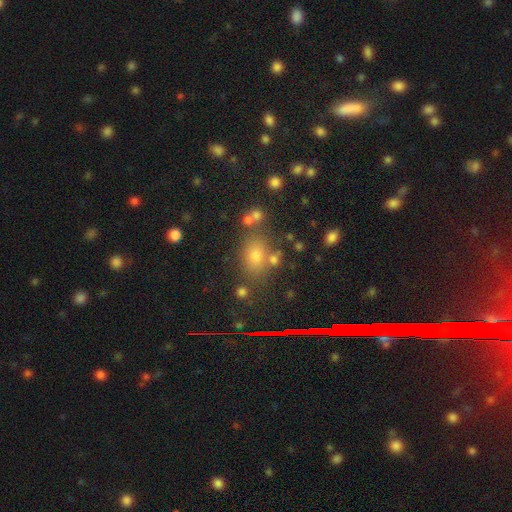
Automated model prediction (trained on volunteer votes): The model was most divided on "smooth or featured": smooth: 60%, star or artifact: 28%, featured or disk: 12%. More confident: merging — none (71%); how rounded — in between (66%).